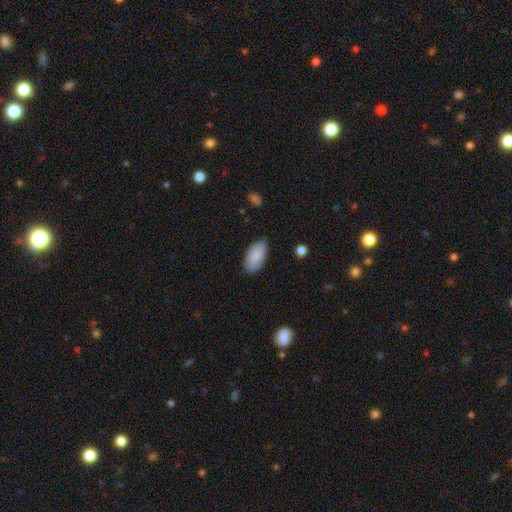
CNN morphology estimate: smooth 80%, featured or disk 14%, star or artifact 6%. Down the decision tree: how rounded — in between (95%); merging — none (77%).